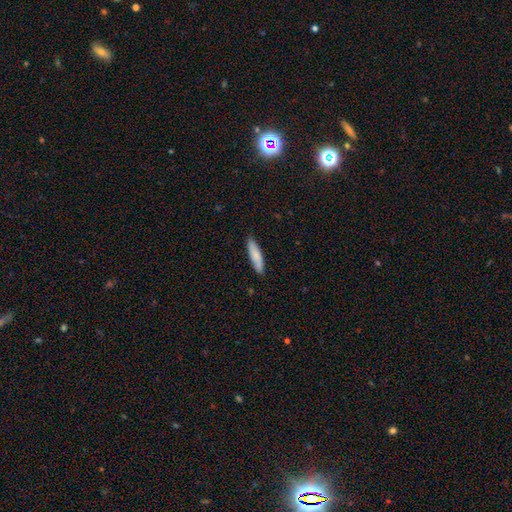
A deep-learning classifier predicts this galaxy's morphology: This appears to be a smooth galaxy with no disk features (82%) that is cigar-shaped (75%). Merging: none (88%).